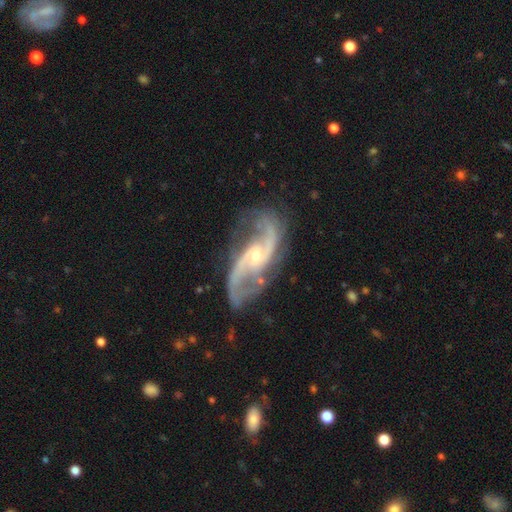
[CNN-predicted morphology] smooth_or_featured: featured or disk (p=0.91) [alt: star or artifact p=0.05]
disk_edge_on: no (p=0.96) [alt: yes p=0.04]
bar: no (p=0.47) [alt: weak p=0.38]
has_spiral_arms: yes (p=0.98) [alt: no p=0.02]
spiral_winding: loose (p=0.47) [alt: medium p=0.43]
spiral_arm_count: 2 (p=0.92) [alt: can't tell p=0.02]
bulge_size: small (p=0.62) [alt: moderate p=0.34]
merging: none (p=0.74) [alt: minor disturbance p=0.16]